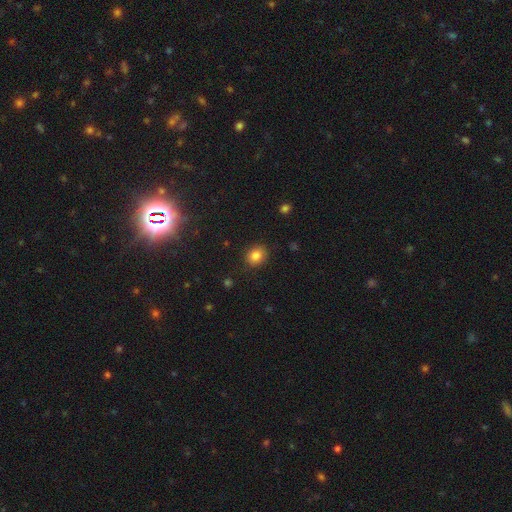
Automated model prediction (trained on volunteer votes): The model was most divided on "how rounded": round: 68%, in between: 31%, cigar-shaped: 1%. More confident: merging — none (87%); smooth or featured — smooth (84%).